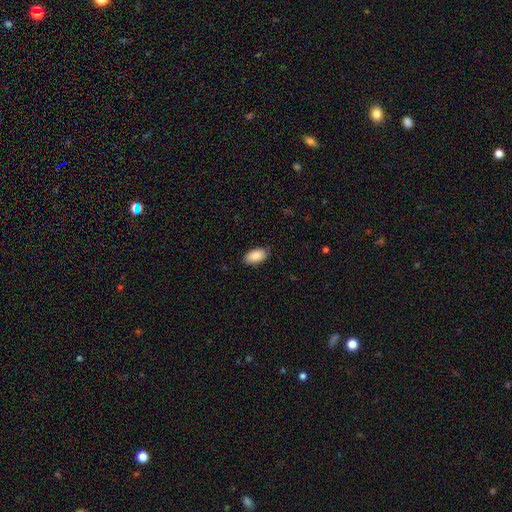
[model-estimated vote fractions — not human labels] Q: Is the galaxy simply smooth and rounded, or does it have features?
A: smooth — 89%.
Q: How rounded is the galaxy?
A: in between — 95%.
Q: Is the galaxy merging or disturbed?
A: none — 86%.